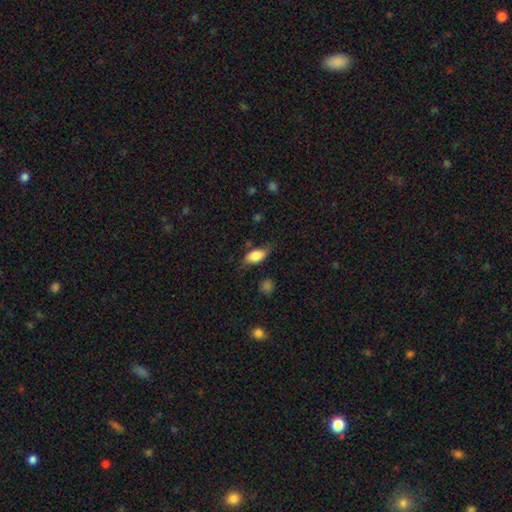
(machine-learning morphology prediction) Smooth or featured? smooth (78%)
How rounded? in between (88%)
Merging? none (65%)